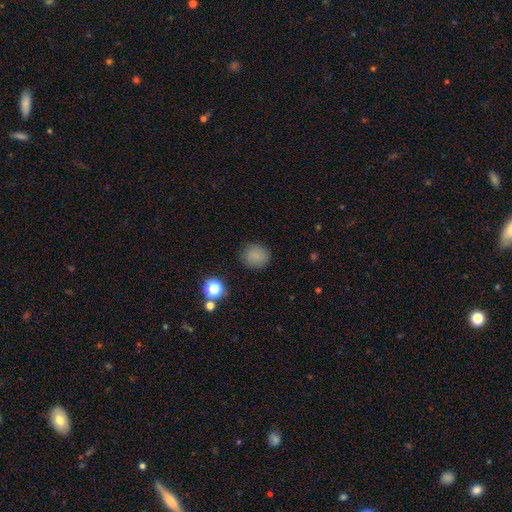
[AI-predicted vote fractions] smooth 81%, star or artifact 13%, featured or disk 6%. Down the decision tree: how rounded — round (79%); merging — none (84%).